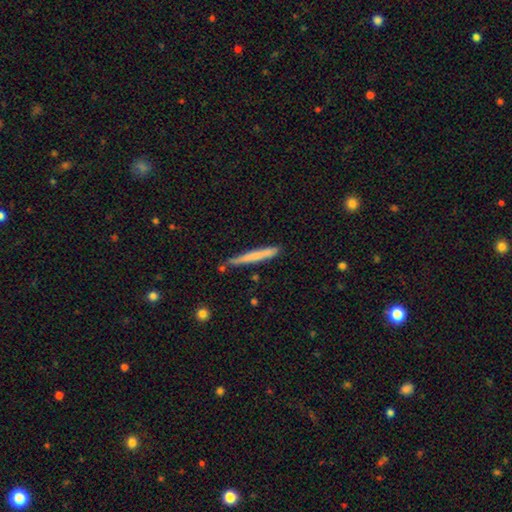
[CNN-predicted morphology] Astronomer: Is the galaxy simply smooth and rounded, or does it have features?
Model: smooth — 64%.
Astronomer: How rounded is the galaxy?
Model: cigar-shaped — 96%.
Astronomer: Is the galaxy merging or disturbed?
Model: none — 76%.